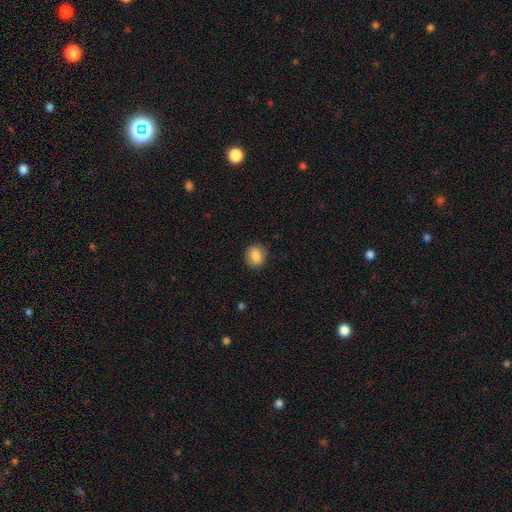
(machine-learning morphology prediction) The model was most divided on "how rounded": round: 65%, in between: 34%, cigar-shaped: 1%. More confident: merging — none (86%); smooth or featured — smooth (85%).